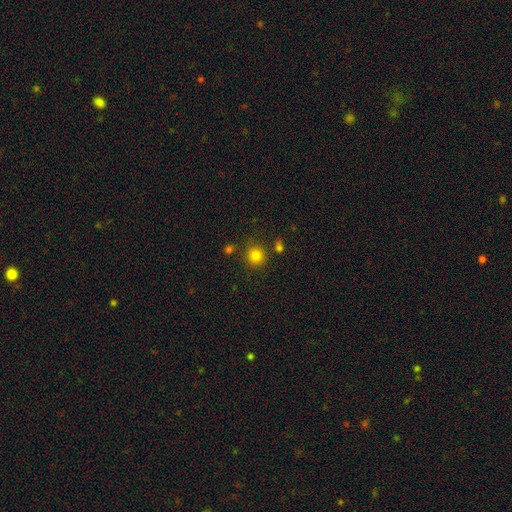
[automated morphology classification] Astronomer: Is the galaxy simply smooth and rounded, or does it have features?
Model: smooth — 82%.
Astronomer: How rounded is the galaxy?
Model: round — 91%.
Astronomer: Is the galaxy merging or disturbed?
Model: none — 81%.